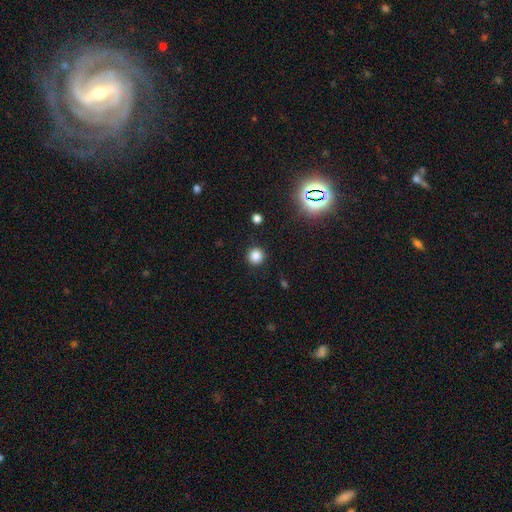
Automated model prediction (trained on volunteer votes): Smooth or featured? smooth (82%)
How rounded? round (94%)
Merging? none (91%)